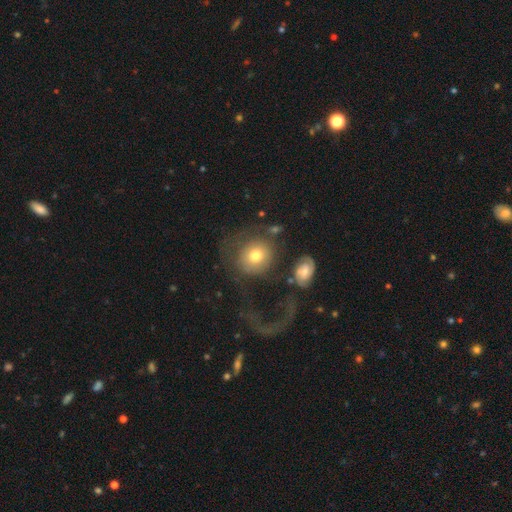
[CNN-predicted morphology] type=smooth (66%); roundness=round (82%); merging=none (50%).